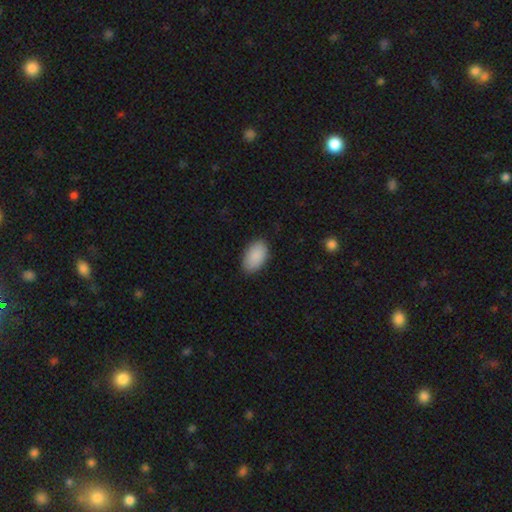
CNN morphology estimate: smooth_or_featured: smooth (p=0.90) [alt: star or artifact p=0.06]
how_rounded: in between (p=0.94) [alt: round p=0.04]
merging: none (p=0.86) [alt: minor disturbance p=0.10]